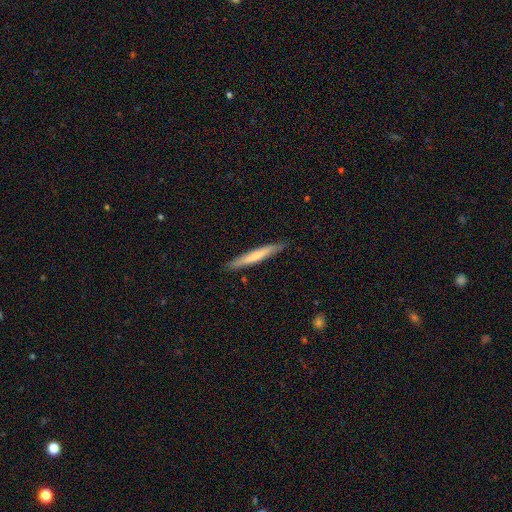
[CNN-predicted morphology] smooth-or-featured: smooth: 61% | featured or disk: 34% | star or artifact: 5%
  how-rounded: cigar-shaped: 95% | in between: 3% | round: 1%
  merging: none: 89% | minor disturbance: 8% | major disturbance: 2% | merger: 1%